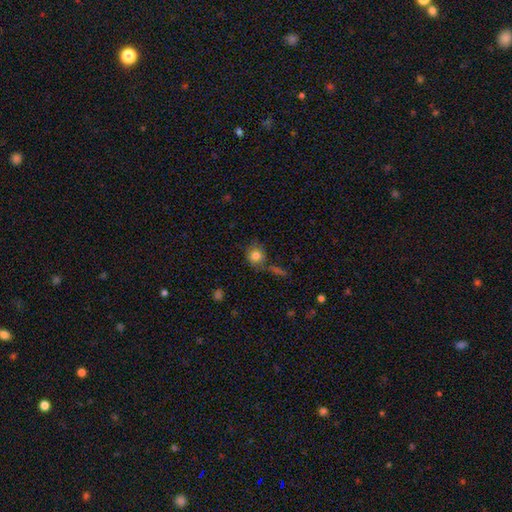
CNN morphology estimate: Smooth or featured? smooth (81%)
How rounded? round (77%)
Merging? none (63%)